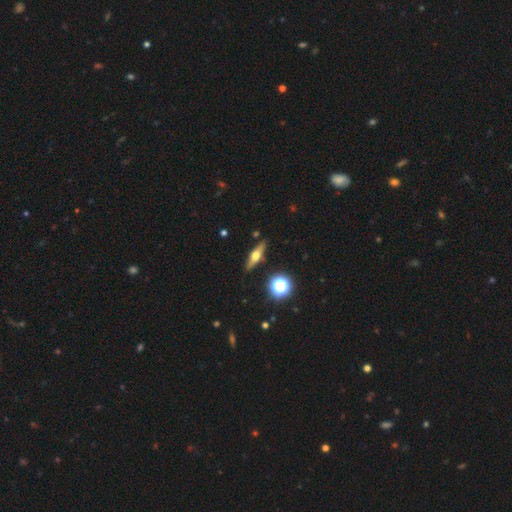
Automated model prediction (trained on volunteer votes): Overall: featured or disk (55%; smooth 36%). Edge-on disk: yes (90%). Merging: none (87%).